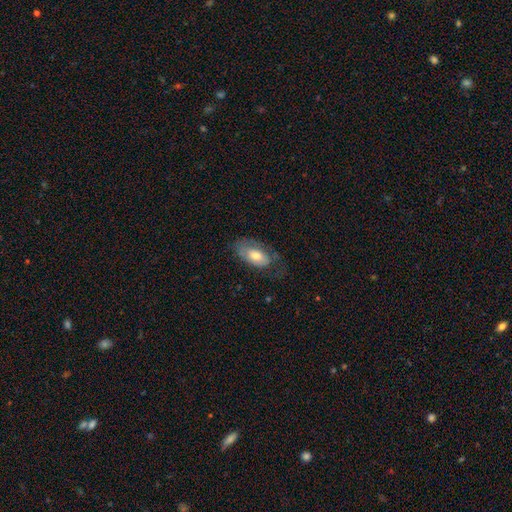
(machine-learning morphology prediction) smooth 61%, featured or disk 32%, star or artifact 6%. Down the decision tree: how rounded — in between (92%); merging — none (50%).